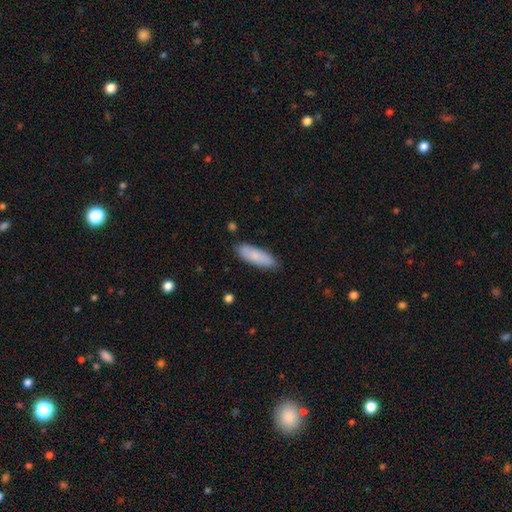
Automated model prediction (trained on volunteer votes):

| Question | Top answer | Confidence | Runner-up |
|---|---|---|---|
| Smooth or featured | smooth | 82% | featured or disk (12%) |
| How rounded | in between | 57% | cigar-shaped (42%) |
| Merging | none | 85% | minor disturbance (11%) |